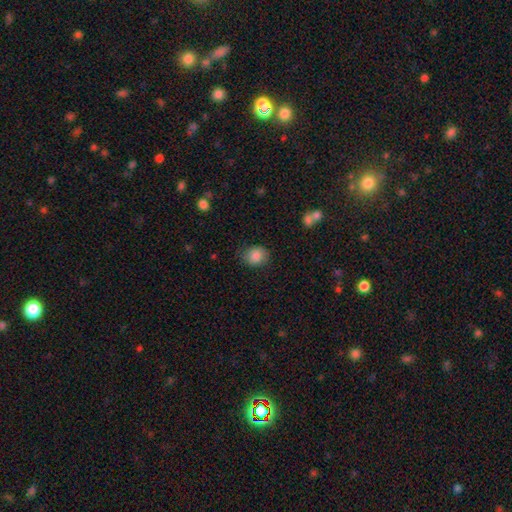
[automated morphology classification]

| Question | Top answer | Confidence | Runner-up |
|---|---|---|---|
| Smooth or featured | smooth | 85% | star or artifact (9%) |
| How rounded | round | 63% | in between (36%) |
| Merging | none | 79% | minor disturbance (16%) |